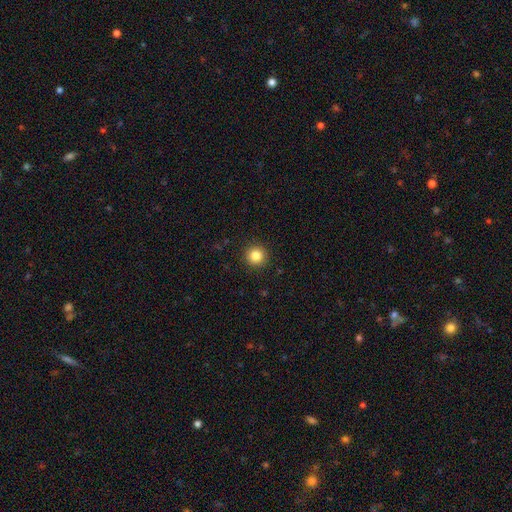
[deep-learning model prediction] Smooth or featured?
  - smooth: 84% *
  - star or artifact: 11%
  - featured or disk: 5%
How rounded?
  - round: 95% *
  - in between: 4%
  - cigar-shaped: 1%
Merging?
  - none: 93% *
  - minor disturbance: 5%
  - major disturbance: 2%
  - merger: 1%